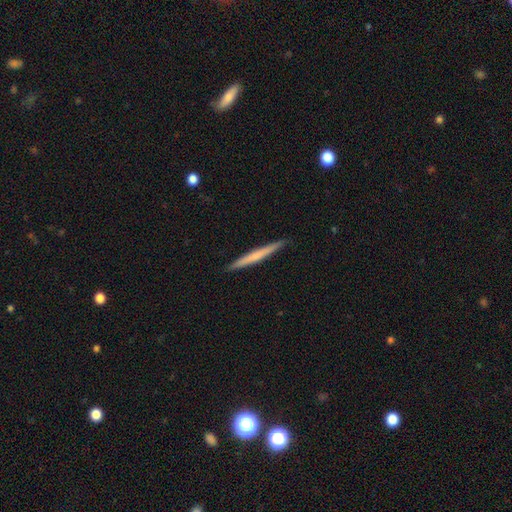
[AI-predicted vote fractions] Smooth or featured?
  - smooth: 55% *
  - featured or disk: 40%
  - star or artifact: 5%
How rounded?
  - cigar-shaped: 97% *
  - in between: 2%
  - round: 1%
Merging?
  - none: 92% *
  - minor disturbance: 6%
  - major disturbance: 1%
  - merger: 1%